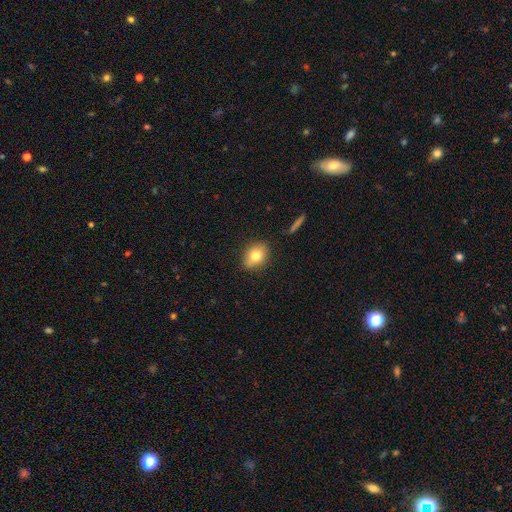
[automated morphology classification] The model was most divided on "how rounded": in between: 56%, round: 42%, cigar-shaped: 2%. More confident: smooth or featured — smooth (77%); merging — none (76%).